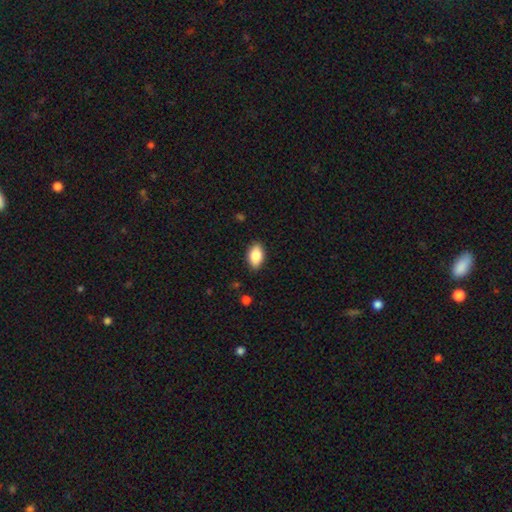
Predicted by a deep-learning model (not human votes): smooth-or-featured: smooth: 85% | featured or disk: 8% | star or artifact: 7%
  how-rounded: in between: 91% | round: 6% | cigar-shaped: 2%
  merging: none: 87% | minor disturbance: 10% | major disturbance: 2% | merger: 1%